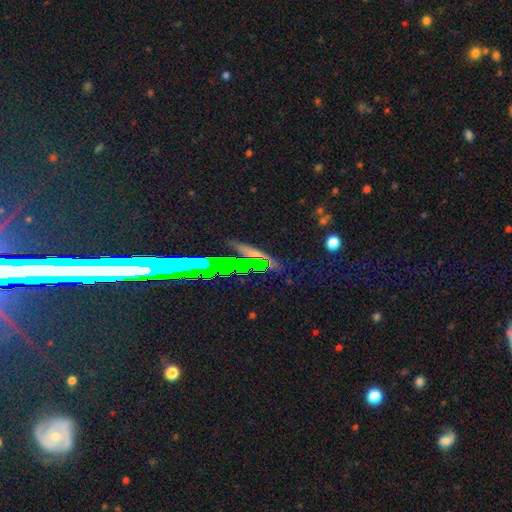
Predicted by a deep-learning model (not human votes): Smooth or featured: star or artifact — 54% (smooth — 25%)